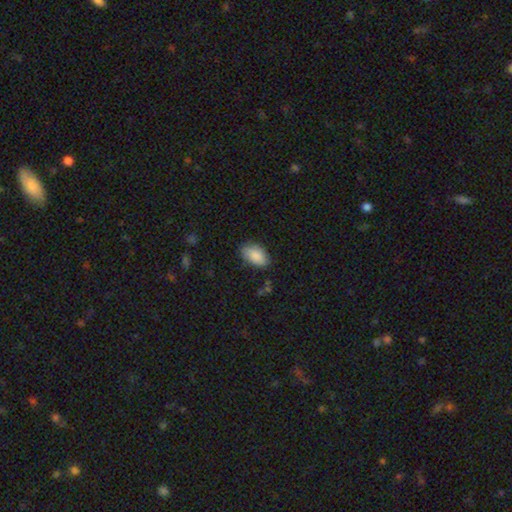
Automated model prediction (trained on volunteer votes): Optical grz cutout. It shows a smooth galaxy with no disk features (88%) that is in between round and cigar-shaped (93%). Merging: none (77%).